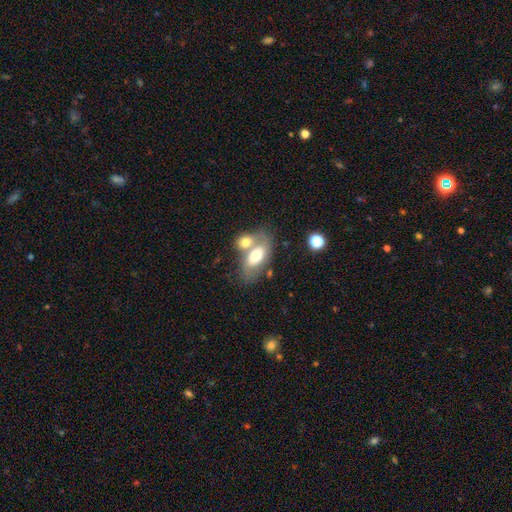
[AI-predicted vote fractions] This is possibly a smooth galaxy (59%). How rounded: clearly in between (88%). Merging: possibly merger (55%).